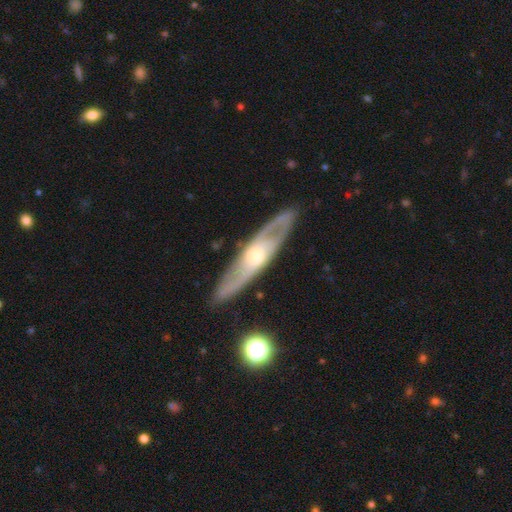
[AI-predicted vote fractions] This appears to be a featured or disk galaxy (80%). Merging: none (85%).